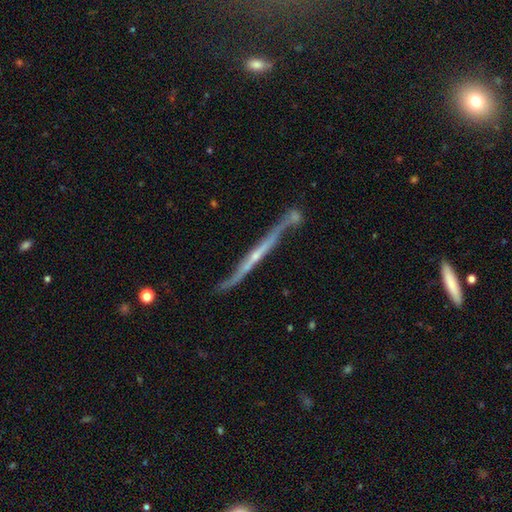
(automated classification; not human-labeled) A featured or disk galaxy (81%) viewed edge-on (91%) with no central bulge (53%). Merging: none (59%).